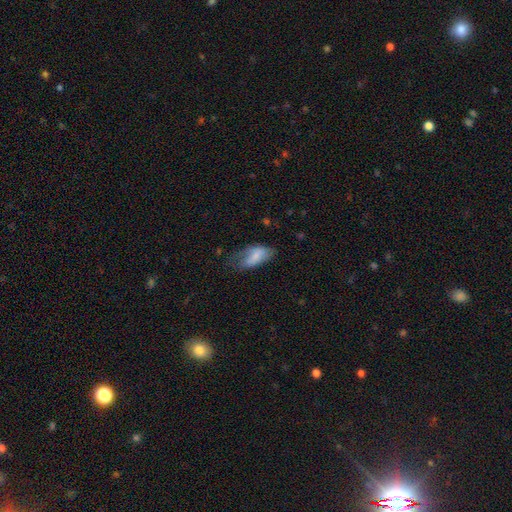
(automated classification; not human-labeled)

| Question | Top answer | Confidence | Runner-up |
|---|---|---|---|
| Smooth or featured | smooth | 71% | featured or disk (22%) |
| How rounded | in between | 91% | cigar-shaped (6%) |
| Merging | minor disturbance | 35% | none (32%) |